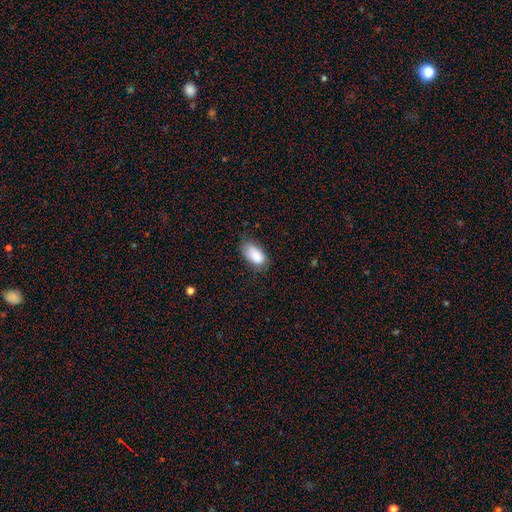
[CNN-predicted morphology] Smooth or featured: smooth — 86% (featured or disk — 7%)
How rounded: in between — 94% (round — 4%)
Merging: none — 61% (minor disturbance — 30%)